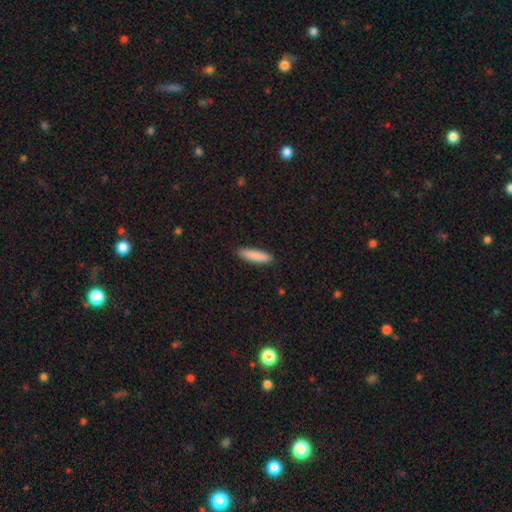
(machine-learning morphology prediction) Smooth or featured: smooth — 87% (featured or disk — 7%)
How rounded: cigar-shaped — 77% (in between — 22%)
Merging: none — 90% (minor disturbance — 7%)